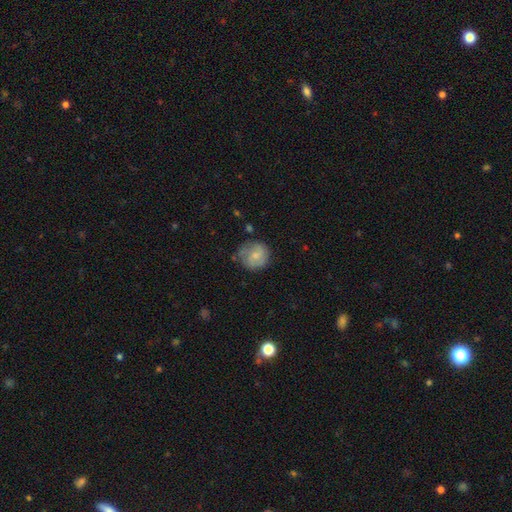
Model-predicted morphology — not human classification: smooth 63%, featured or disk 30%, star or artifact 7%. Down the decision tree: how rounded — round (86%); merging — none (66%).